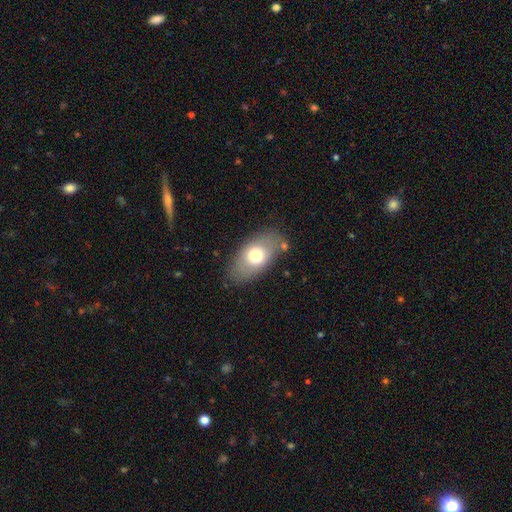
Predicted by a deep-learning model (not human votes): Morphology: type=smooth (67%); roundness=in between (91%); merging=none (78%).